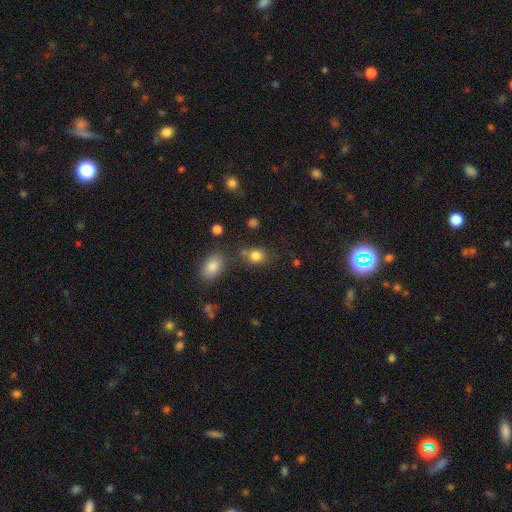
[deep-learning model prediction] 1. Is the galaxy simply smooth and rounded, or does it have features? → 81% smooth, 12% star or artifact, 6% featured or disk.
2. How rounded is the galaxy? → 57% round, 41% in between, 1% cigar-shaped.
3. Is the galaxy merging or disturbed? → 63% none, 16% minor disturbance, 15% merger, 6% major disturbance.